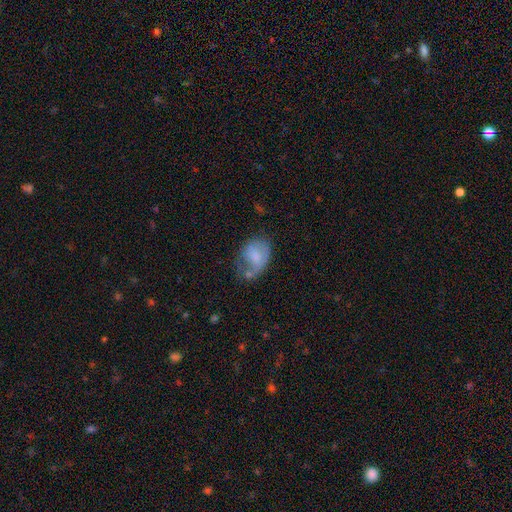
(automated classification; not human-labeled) Smooth or featured? smooth (59%)
How rounded? in between (73%)
Merging? none (30%, tied with minor disturbance)